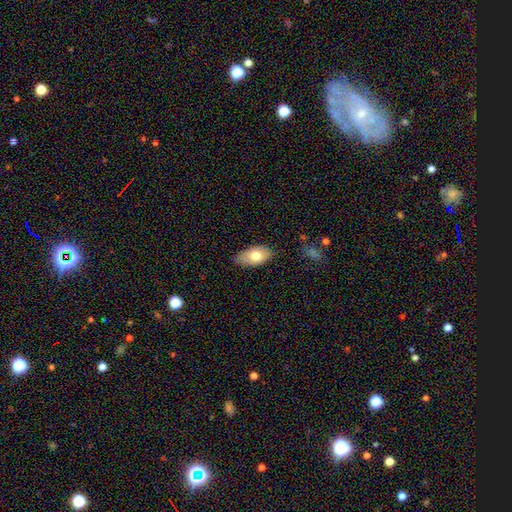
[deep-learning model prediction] A smooth galaxy with no disk features (72%) that is in between round and cigar-shaped (93%).

Vote fractions:
- Smooth or featured? smooth: 72% / featured or disk: 22% / star or artifact: 6%
- How rounded? in between: 93% / round: 4% / cigar-shaped: 3%
- Merging? none: 78% / minor disturbance: 18% / major disturbance: 3% / merger: 1%